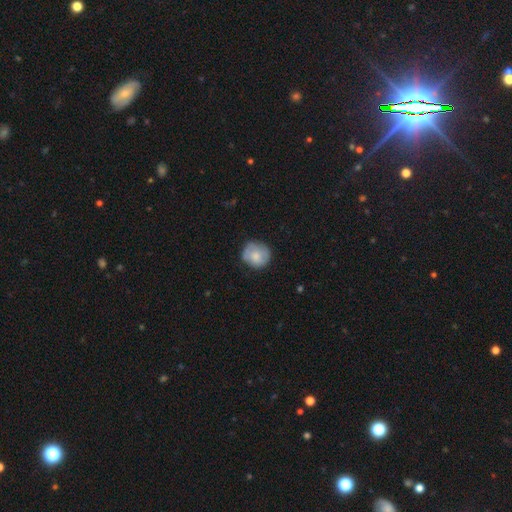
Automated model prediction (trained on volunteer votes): Smooth or featured? smooth (71%)
How rounded? round (83%)
Merging? none (70%)